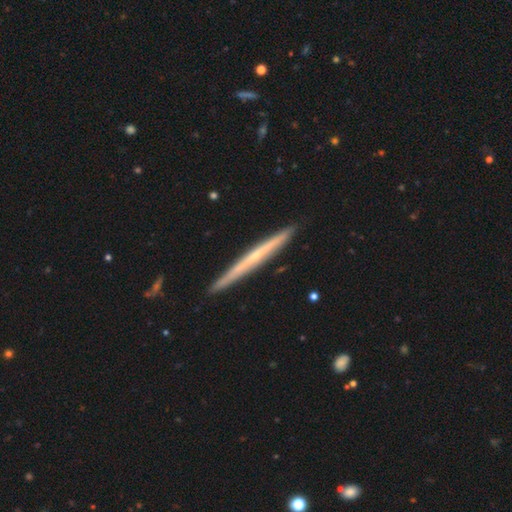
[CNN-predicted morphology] featured or disk 66%, smooth 28%, star or artifact 5%. Down the decision tree: edge-on disk — yes (97%); edge-on bulge — none (61%); merging — none (91%).